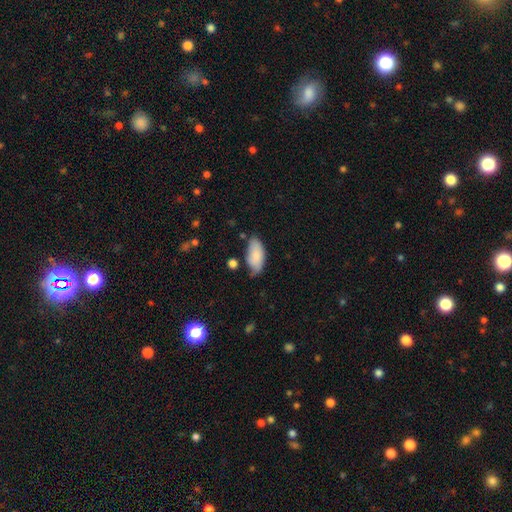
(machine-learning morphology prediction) The model was most divided on "merging": none: 58%, minor disturbance: 31%, major disturbance: 6%, merger: 4%. More confident: how rounded — in between (92%); smooth or featured — smooth (84%).